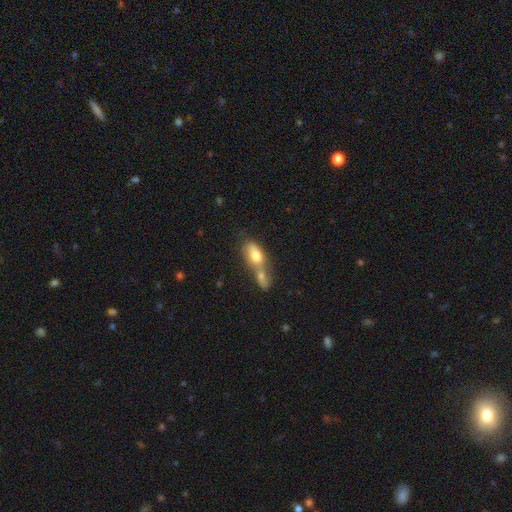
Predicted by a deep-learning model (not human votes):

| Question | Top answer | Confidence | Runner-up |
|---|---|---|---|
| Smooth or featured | smooth | 73% | featured or disk (19%) |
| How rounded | in between | 81% | round (10%) |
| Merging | merger | 69% | none (18%) |